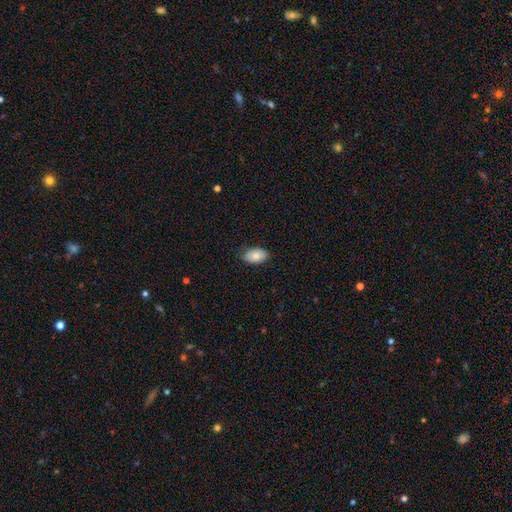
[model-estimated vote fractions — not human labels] Q: Smooth or featured?
A: smooth (84%); runner-up: featured or disk (9%)
Q: How rounded?
A: in between (92%); runner-up: round (6%)
Q: Merging?
A: none (82%); runner-up: minor disturbance (15%)